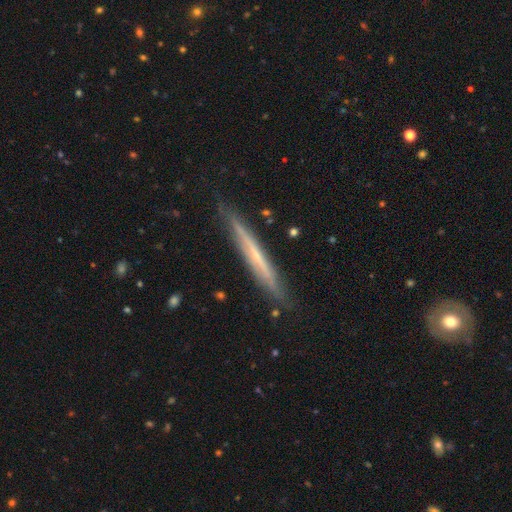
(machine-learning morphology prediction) Q: Smooth or featured?
A: featured or disk (60%); runner-up: smooth (34%)
Q: Edge-on disk?
A: yes (94%); runner-up: no (6%)
Q: Edge-on bulge?
A: none (67%); runner-up: rounded (29%)
Q: Merging?
A: none (84%); runner-up: minor disturbance (12%)